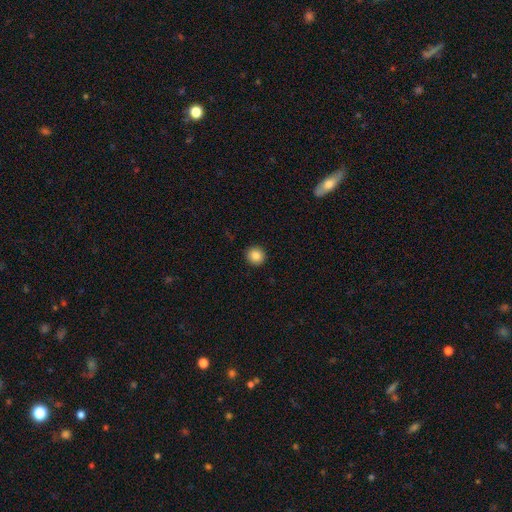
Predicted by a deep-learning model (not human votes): smooth 86%, star or artifact 9%, featured or disk 4%. Down the decision tree: how rounded — round (94%); merging — none (93%).